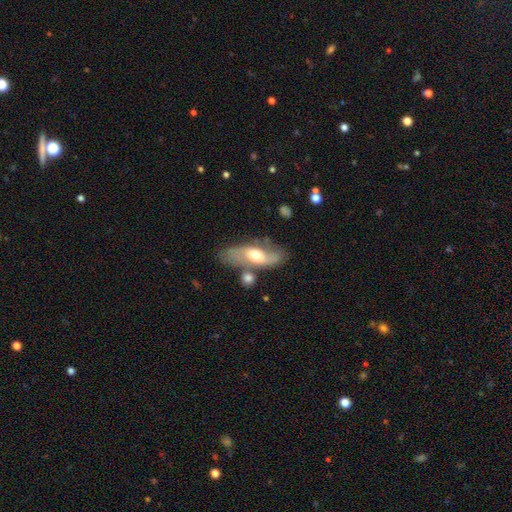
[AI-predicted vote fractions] Smooth or featured?
  - featured or disk: 54% *
  - smooth: 40%
  - star or artifact: 6%
Edge-on disk?
  - no: 79% *
  - yes: 21%
Merging?
  - none: 52% *
  - minor disturbance: 21%
  - merger: 17%
  - major disturbance: 9%